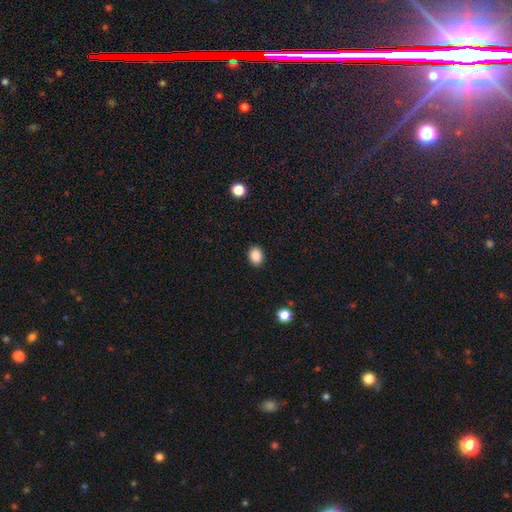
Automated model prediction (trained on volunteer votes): This appears to be a smooth galaxy with no disk features (88%) that is in between round and cigar-shaped (63%). Merging: none (90%).